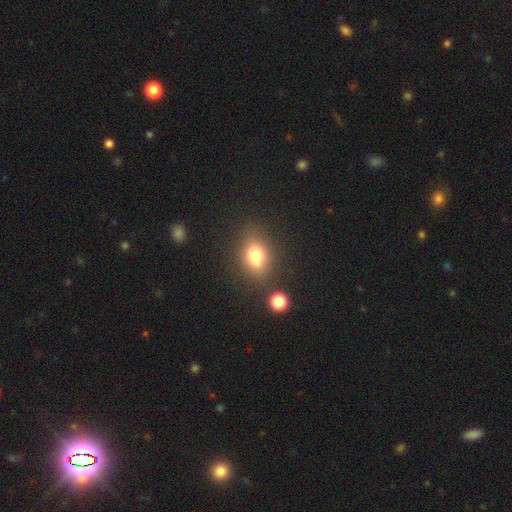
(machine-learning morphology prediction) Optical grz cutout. It shows a smooth galaxy with no disk features (74%) that is in between round and cigar-shaped (69%). Merging: none (70%).